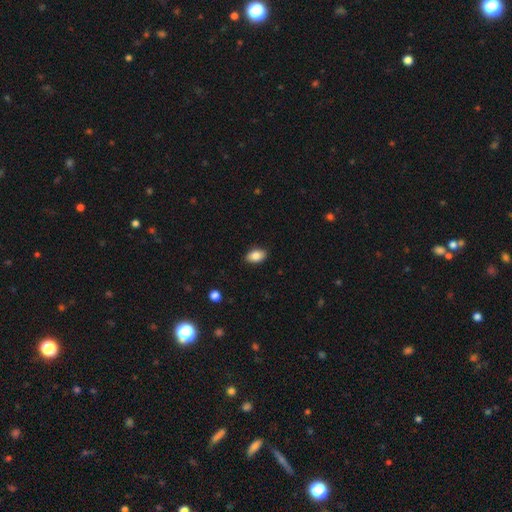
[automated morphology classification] Smooth or featured: smooth — 85% (star or artifact — 8%)
How rounded: in between — 90% (round — 9%)
Merging: none — 88% (minor disturbance — 9%)